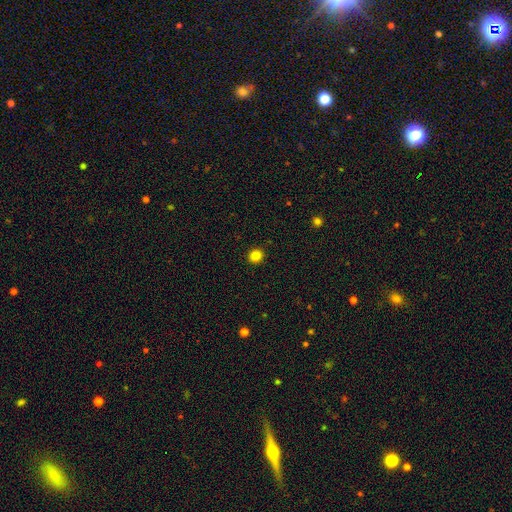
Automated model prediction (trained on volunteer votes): Overall: smooth (83%). How rounded: round (90%). Merging: none (93%).